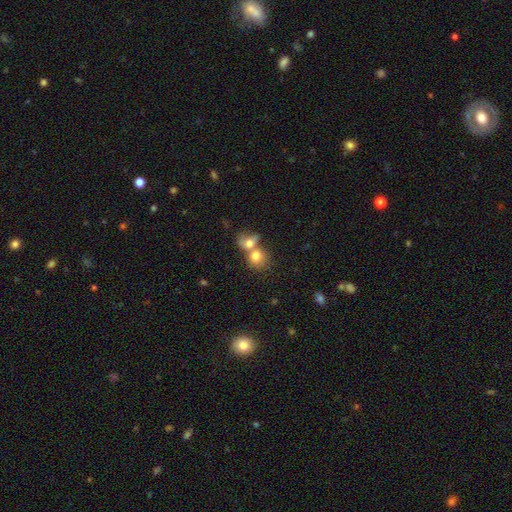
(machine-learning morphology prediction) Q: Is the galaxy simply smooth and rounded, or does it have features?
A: smooth — 75%.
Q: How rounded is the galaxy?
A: round — 63%.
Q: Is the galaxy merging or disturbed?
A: merger — 70%.